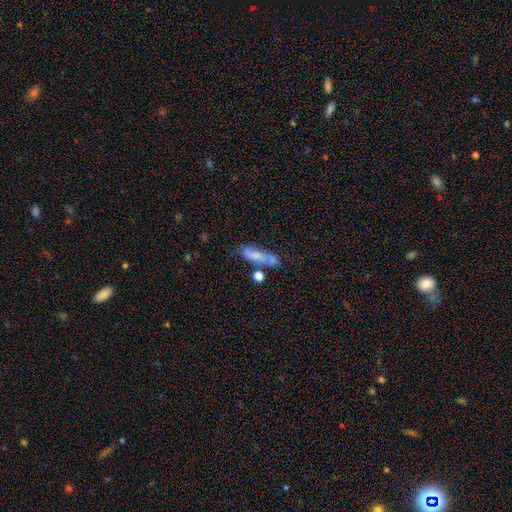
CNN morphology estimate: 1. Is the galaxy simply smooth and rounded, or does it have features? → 55% smooth, 34% featured or disk, 10% star or artifact.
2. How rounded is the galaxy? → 55% in between, 38% cigar-shaped, 7% round.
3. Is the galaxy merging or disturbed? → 44% none, 22% merger, 22% minor disturbance, 12% major disturbance.